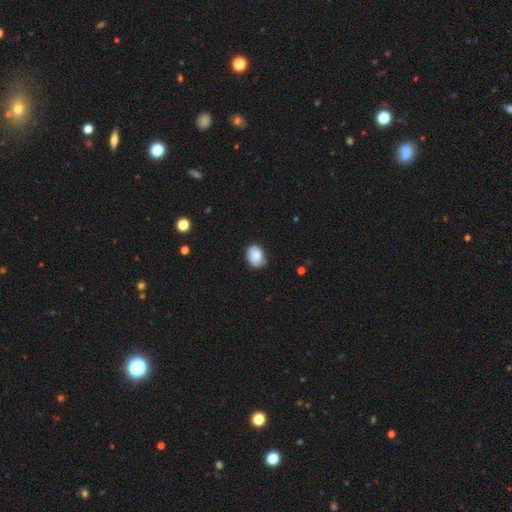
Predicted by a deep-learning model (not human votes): This is clearly a smooth galaxy (84%). How rounded: likely in between (77%). Merging: likely none (77%).